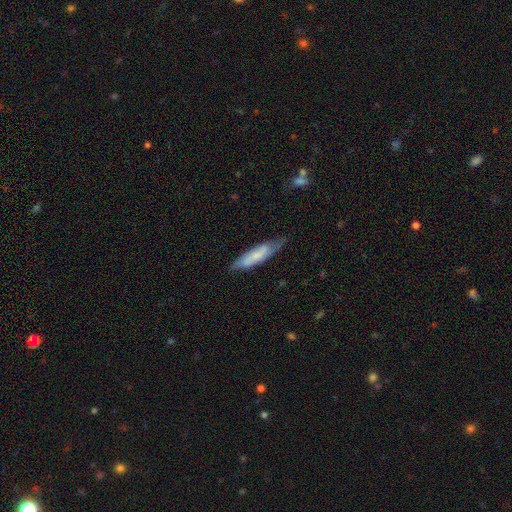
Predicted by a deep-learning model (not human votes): Overall: smooth (55%; featured or disk 38%). How rounded: cigar-shaped (72%). Merging: none (72%).